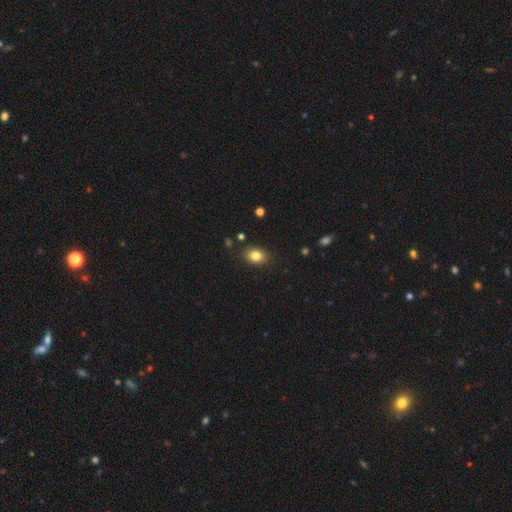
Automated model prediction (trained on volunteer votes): Smooth or featured? smooth (82%)
How rounded? in between (73%)
Merging? none (86%)